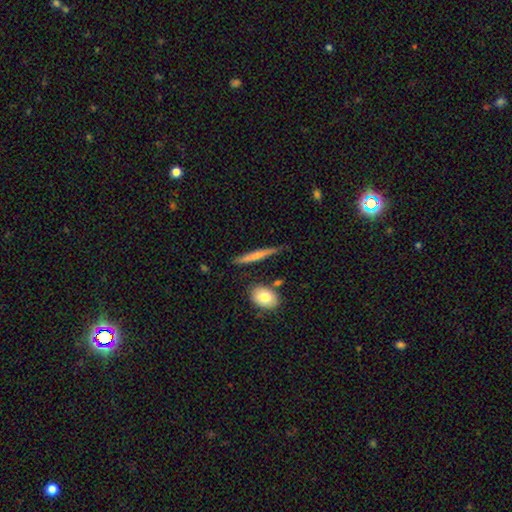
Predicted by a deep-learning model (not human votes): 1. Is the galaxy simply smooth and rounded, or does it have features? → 60% smooth, 34% featured or disk, 6% star or artifact.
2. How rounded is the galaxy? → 88% cigar-shaped, 8% in between, 4% round.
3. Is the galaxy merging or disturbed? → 77% none, 16% minor disturbance, 4% merger, 4% major disturbance.